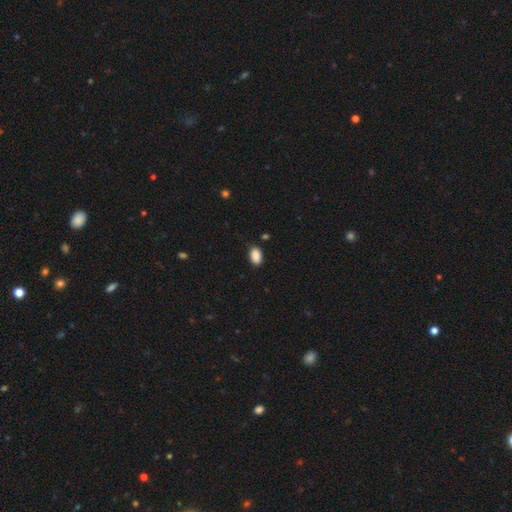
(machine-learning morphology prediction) Smooth or featured?
  - smooth: 89% *
  - star or artifact: 8%
  - featured or disk: 3%
How rounded?
  - in between: 90% *
  - round: 9%
  - cigar-shaped: 1%
Merging?
  - none: 83% *
  - minor disturbance: 13%
  - major disturbance: 2%
  - merger: 1%